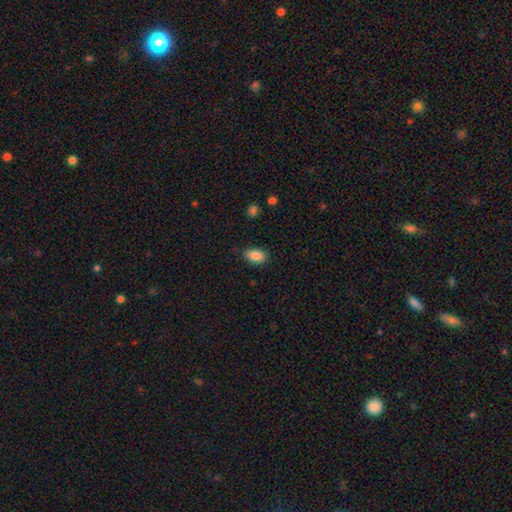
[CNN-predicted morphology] Smooth or featured? Predicted: smooth (p=0.86). How rounded? Predicted: in between (p=0.88). Merging? Predicted: none (p=0.77).